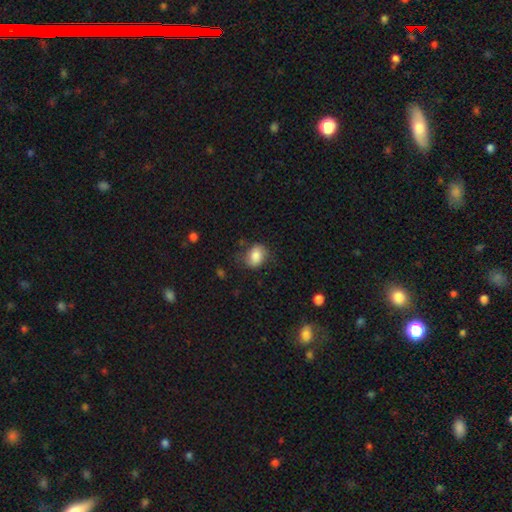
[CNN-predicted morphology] Smooth or featured?
  - smooth: 76% *
  - featured or disk: 16%
  - star or artifact: 8%
How rounded?
  - in between: 61% *
  - round: 38%
  - cigar-shaped: 1%
Merging?
  - none: 62% *
  - minor disturbance: 26%
  - major disturbance: 10%
  - merger: 2%